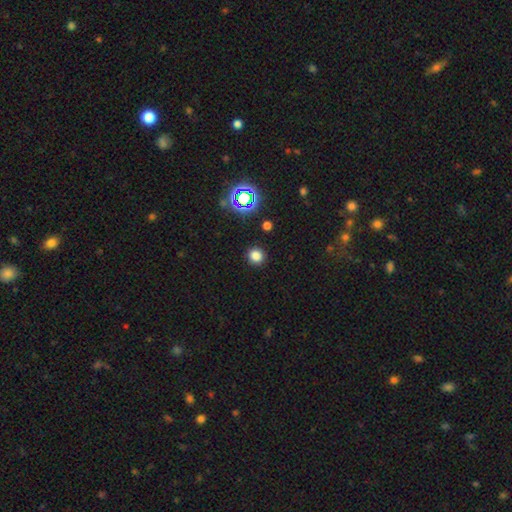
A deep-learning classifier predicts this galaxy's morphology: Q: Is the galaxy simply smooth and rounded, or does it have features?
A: smooth — 77%.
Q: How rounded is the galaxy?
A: round — 92%.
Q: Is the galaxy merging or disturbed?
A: none — 90%.